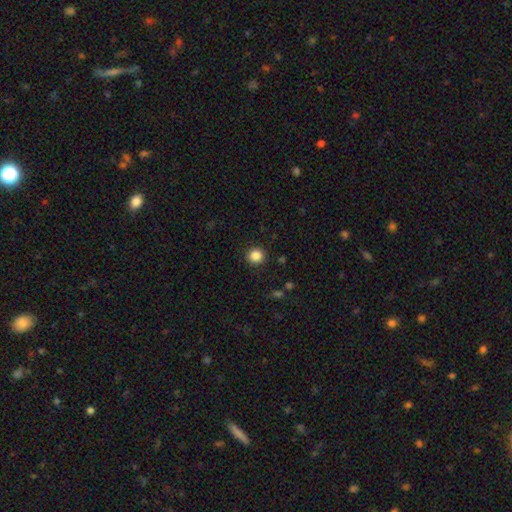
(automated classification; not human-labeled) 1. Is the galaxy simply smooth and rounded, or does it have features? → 86% smooth, 10% star or artifact, 3% featured or disk.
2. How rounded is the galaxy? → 92% round, 7% in between, 1% cigar-shaped.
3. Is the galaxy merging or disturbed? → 91% none, 6% minor disturbance, 2% major disturbance, 1% merger.